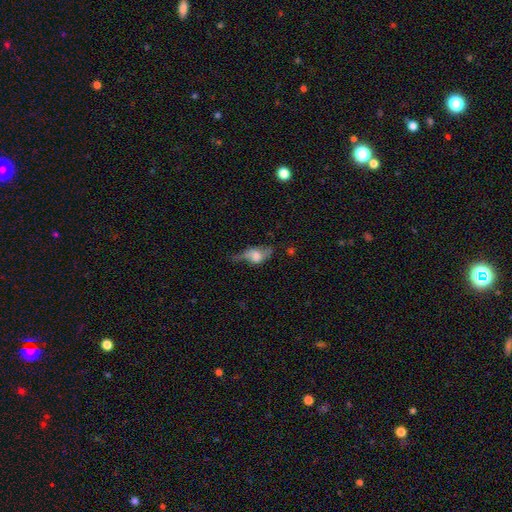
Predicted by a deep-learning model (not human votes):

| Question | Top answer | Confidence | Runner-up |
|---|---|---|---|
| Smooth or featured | featured or disk | 47% | smooth (44%) |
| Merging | none | 35% | major disturbance (33%) |